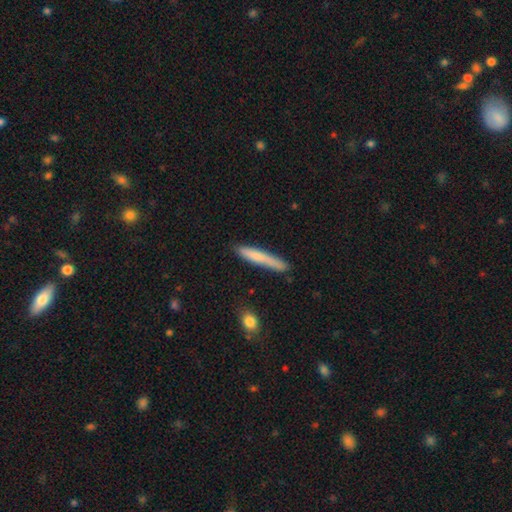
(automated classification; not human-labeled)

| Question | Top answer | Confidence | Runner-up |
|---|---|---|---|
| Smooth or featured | smooth | 65% | featured or disk (27%) |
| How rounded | cigar-shaped | 95% | in between (3%) |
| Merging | none | 84% | minor disturbance (12%) |